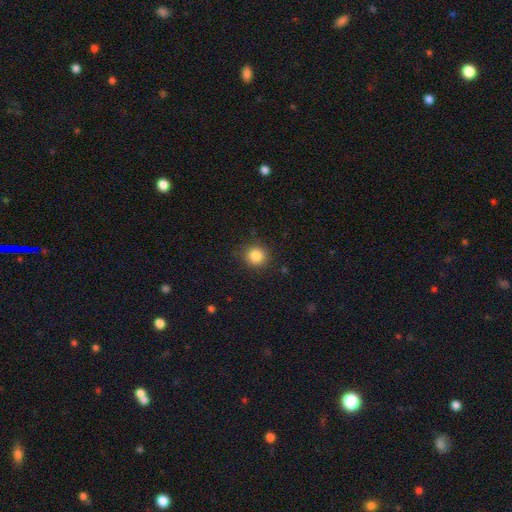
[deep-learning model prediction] Smooth or featured: smooth — 86% (star or artifact — 11%)
How rounded: round — 90% (in between — 9%)
Merging: none — 87% (minor disturbance — 9%)